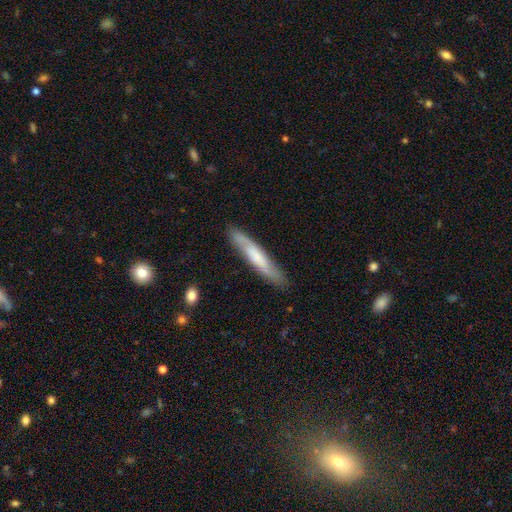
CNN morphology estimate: Smooth or featured: smooth — 53% (featured or disk — 41%)
How rounded: cigar-shaped — 92% (in between — 7%)
Merging: none — 83% (minor disturbance — 13%)